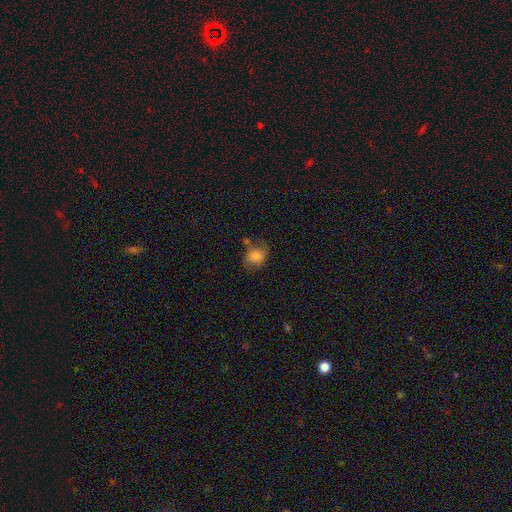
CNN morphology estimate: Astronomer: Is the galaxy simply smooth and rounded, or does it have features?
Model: smooth — 74%.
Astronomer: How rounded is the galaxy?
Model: round — 53% (runner-up: in between, 46%).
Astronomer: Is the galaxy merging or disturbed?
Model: none — 59%.